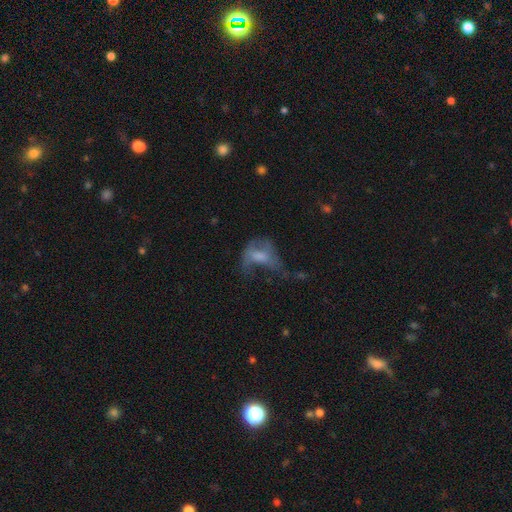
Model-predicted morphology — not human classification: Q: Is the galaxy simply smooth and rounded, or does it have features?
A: featured or disk — 45%.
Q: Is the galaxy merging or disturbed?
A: major disturbance — 54%.